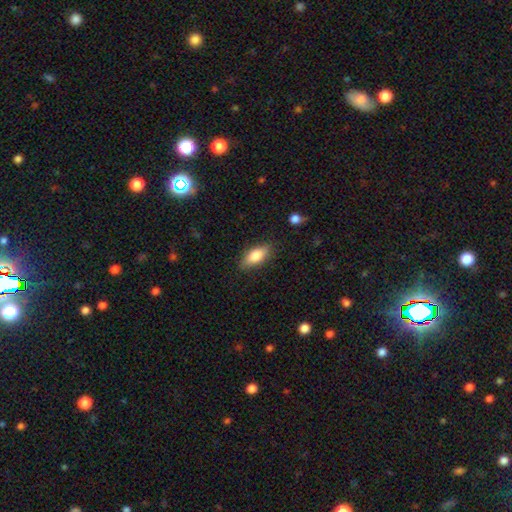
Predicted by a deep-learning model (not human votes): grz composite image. It shows a smooth galaxy with no disk features (81%) that is in between round and cigar-shaped (83%). Merging: none (83%).